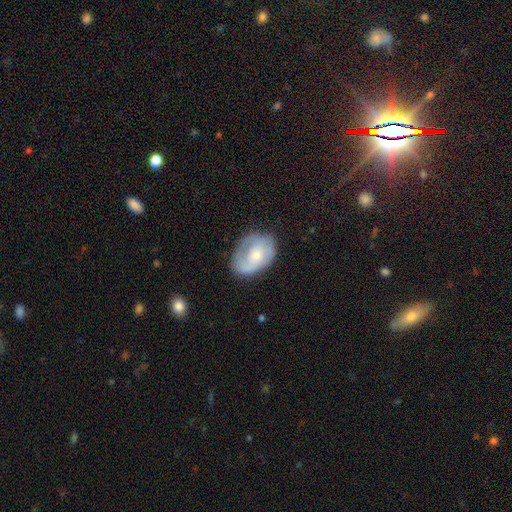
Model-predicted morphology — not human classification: A featured or disk galaxy (52%). Merging: none (60%).